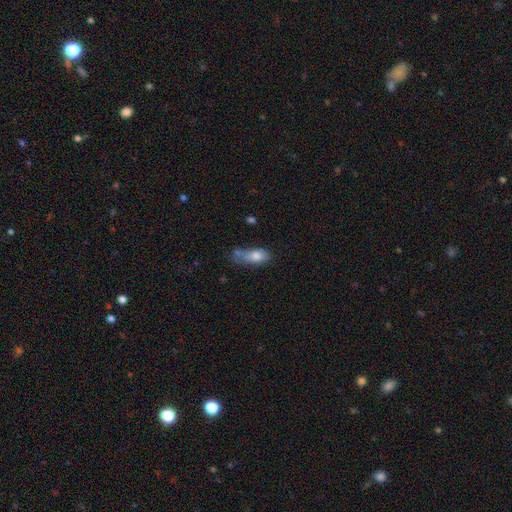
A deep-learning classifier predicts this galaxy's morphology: This is likely a smooth galaxy (74%). How rounded: likely in between (78%). Merging: marginally none (31%).